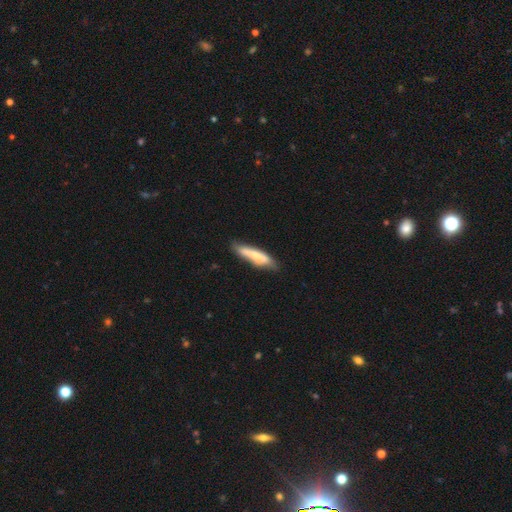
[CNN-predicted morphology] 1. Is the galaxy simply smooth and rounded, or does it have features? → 68% smooth, 26% featured or disk, 6% star or artifact.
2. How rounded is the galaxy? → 79% cigar-shaped, 19% in between, 1% round.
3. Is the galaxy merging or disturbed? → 70% none, 22% minor disturbance, 4% major disturbance, 4% merger.